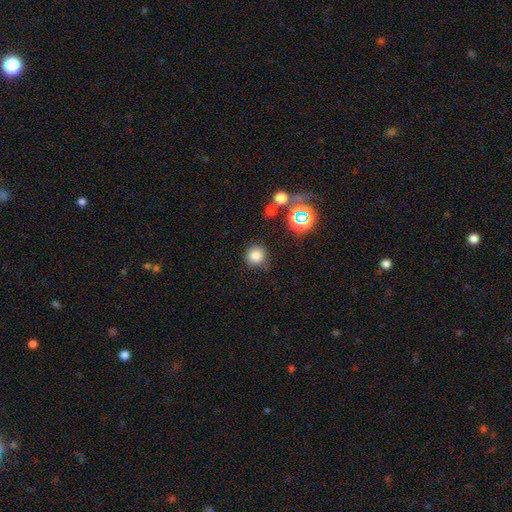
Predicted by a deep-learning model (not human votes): Smooth or featured: smooth — 79% (star or artifact — 15%)
How rounded: round — 92% (in between — 7%)
Merging: none — 79% (minor disturbance — 13%)